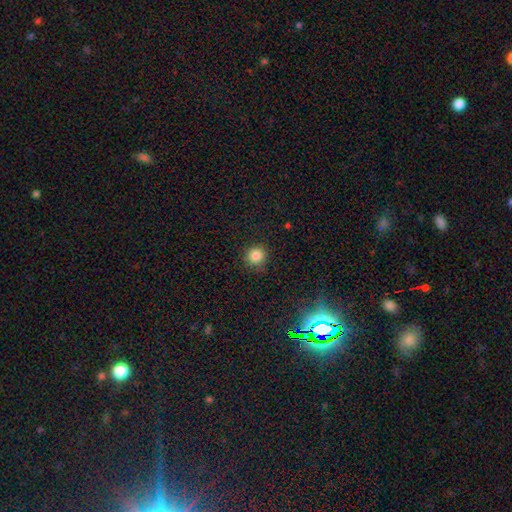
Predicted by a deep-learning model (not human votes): smooth 84%, star or artifact 12%, featured or disk 4%. Down the decision tree: how rounded — round (93%); merging — none (88%).